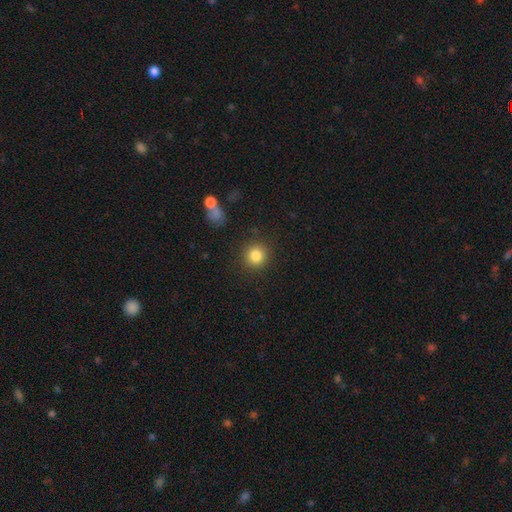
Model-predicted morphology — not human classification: type=smooth (84%); roundness=round (92%); merging=none (89%).